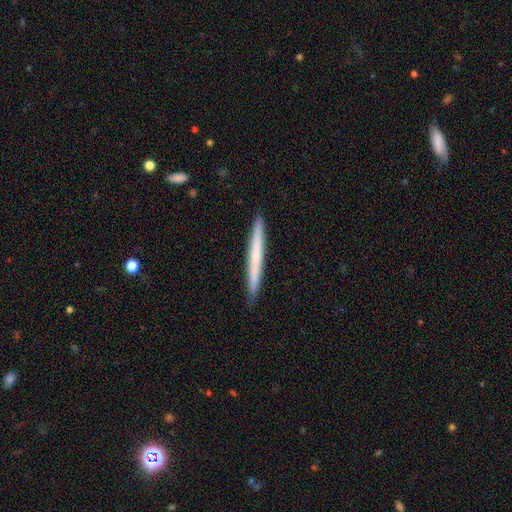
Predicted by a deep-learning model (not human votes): Smooth or featured?
  - smooth: 54% *
  - featured or disk: 40%
  - star or artifact: 6%
How rounded?
  - cigar-shaped: 97% *
  - in between: 2%
  - round: 1%
Merging?
  - none: 92% *
  - minor disturbance: 6%
  - major disturbance: 1%
  - merger: 1%